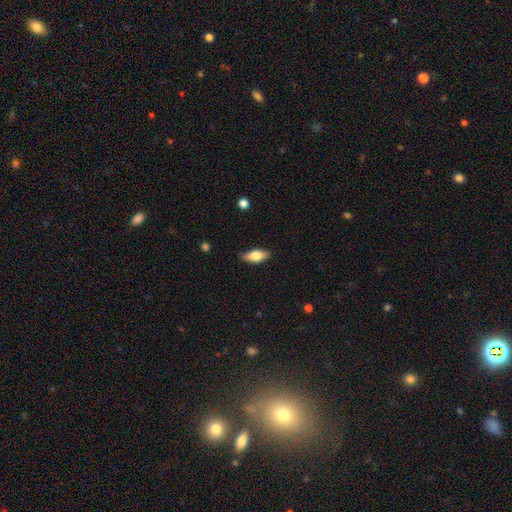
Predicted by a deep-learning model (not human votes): Q: Smooth or featured?
A: smooth (72%); runner-up: featured or disk (22%)
Q: How rounded?
A: in between (81%); runner-up: cigar-shaped (16%)
Q: Merging?
A: none (84%); runner-up: minor disturbance (12%)